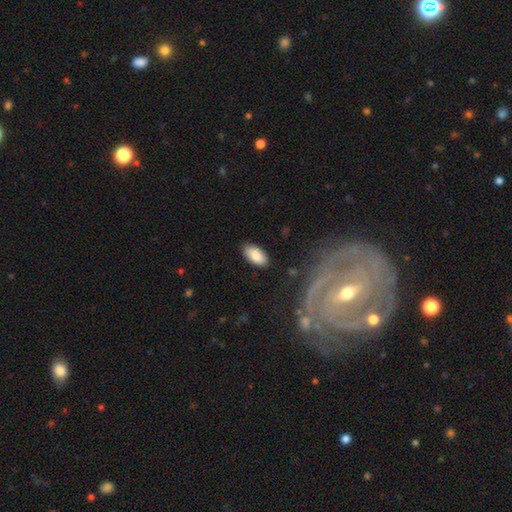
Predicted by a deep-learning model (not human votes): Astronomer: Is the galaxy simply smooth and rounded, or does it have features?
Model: smooth — 82%.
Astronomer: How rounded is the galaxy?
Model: in between — 94%.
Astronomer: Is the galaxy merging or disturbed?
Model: none — 85%.